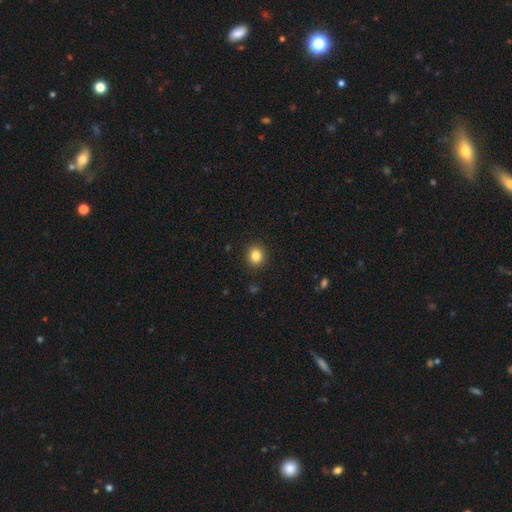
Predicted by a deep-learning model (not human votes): smooth 84%, star or artifact 11%, featured or disk 5%. Down the decision tree: how rounded — round (81%); merging — none (91%).